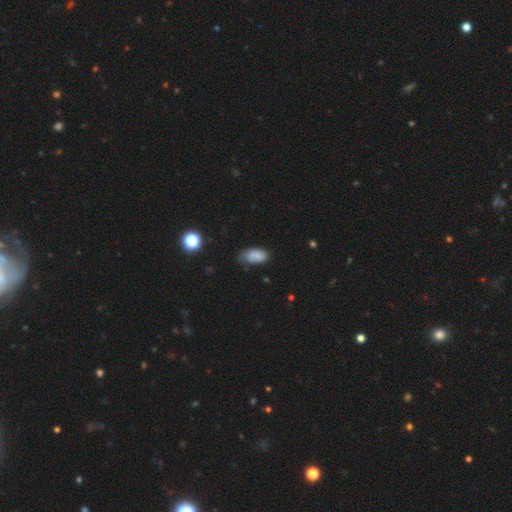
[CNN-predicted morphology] Smooth or featured?
  - smooth: 81% *
  - star or artifact: 10%
  - featured or disk: 9%
How rounded?
  - in between: 92% *
  - round: 5%
  - cigar-shaped: 3%
Merging?
  - none: 53% *
  - minor disturbance: 35%
  - major disturbance: 9%
  - merger: 3%